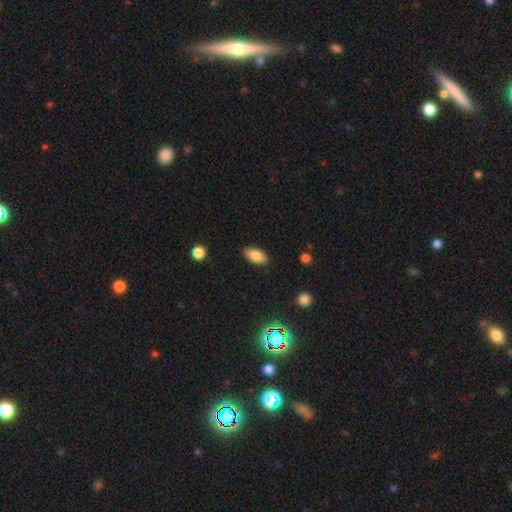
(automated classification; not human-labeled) A smooth galaxy with no disk features (83%) that is in between round and cigar-shaped (90%).

Vote fractions:
- Smooth or featured? smooth: 83% / featured or disk: 9% / star or artifact: 8%
- How rounded? in between: 90% / cigar-shaped: 7% / round: 3%
- Merging? none: 86% / minor disturbance: 11% / major disturbance: 2% / merger: 1%